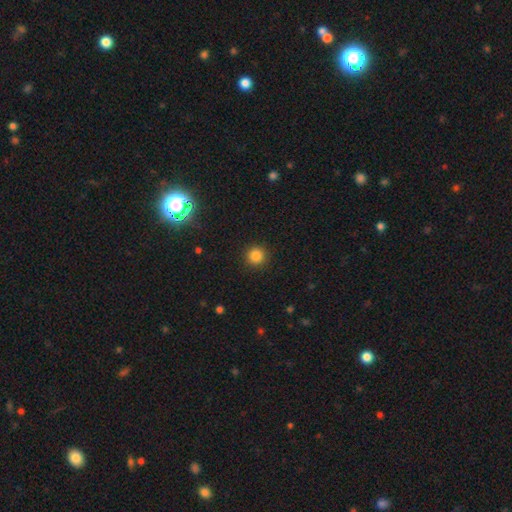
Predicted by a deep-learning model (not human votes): Q: Smooth or featured?
A: smooth (84%); runner-up: star or artifact (12%)
Q: How rounded?
A: round (94%); runner-up: in between (5%)
Q: Merging?
A: none (92%); runner-up: minor disturbance (5%)